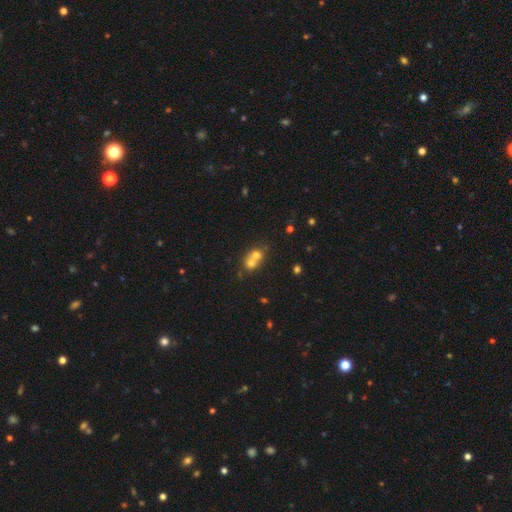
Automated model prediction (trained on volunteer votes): Morphology: type=smooth (65%); roundness=round (71%); merging=merger (69%).